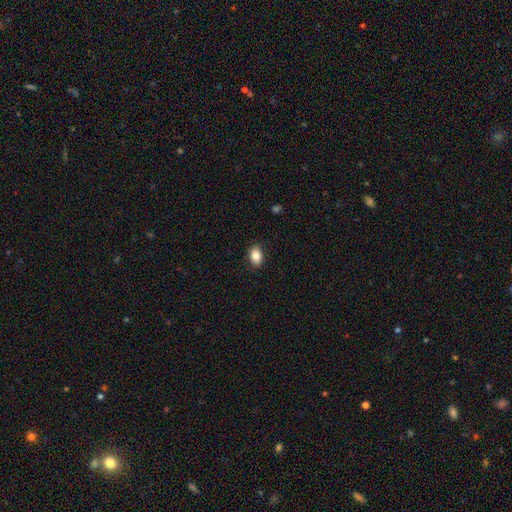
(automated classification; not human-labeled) Smooth or featured: smooth — 85% (star or artifact — 8%)
How rounded: in between — 81% (round — 18%)
Merging: none — 87% (minor disturbance — 10%)